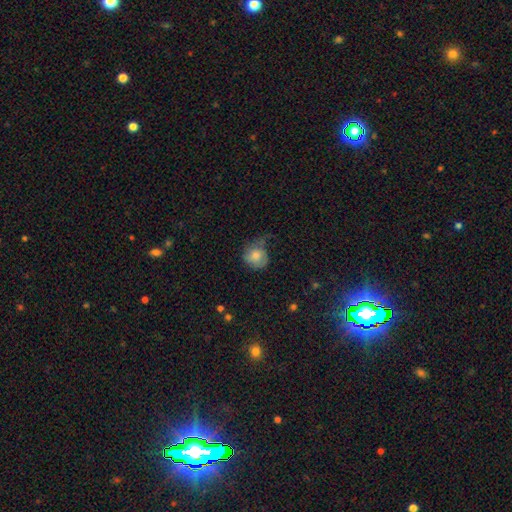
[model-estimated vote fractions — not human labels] The model was most divided on "merging": none: 37%, minor disturbance: 33%, major disturbance: 27%, merger: 3%. More confident: how rounded — round (78%); smooth or featured — smooth (69%).